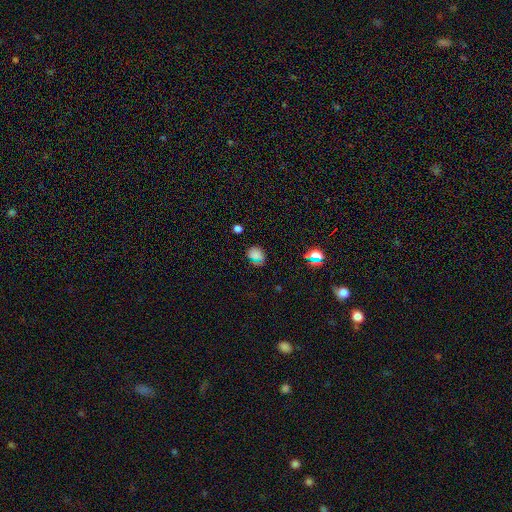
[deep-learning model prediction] Q: Smooth or featured?
A: smooth (63%); runner-up: star or artifact (28%)
Q: How rounded?
A: round (60%); runner-up: in between (38%)
Q: Merging?
A: none (76%); runner-up: minor disturbance (15%)